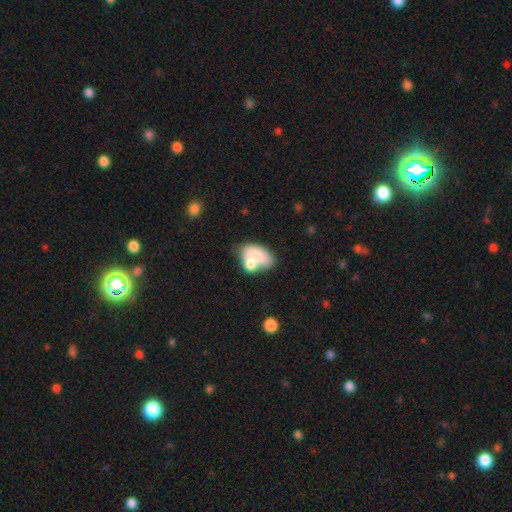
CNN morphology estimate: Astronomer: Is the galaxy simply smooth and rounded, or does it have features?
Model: smooth — 75%.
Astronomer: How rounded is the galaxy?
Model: in between — 89%.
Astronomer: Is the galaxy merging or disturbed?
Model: merger — 47% (runner-up: none, 30%).